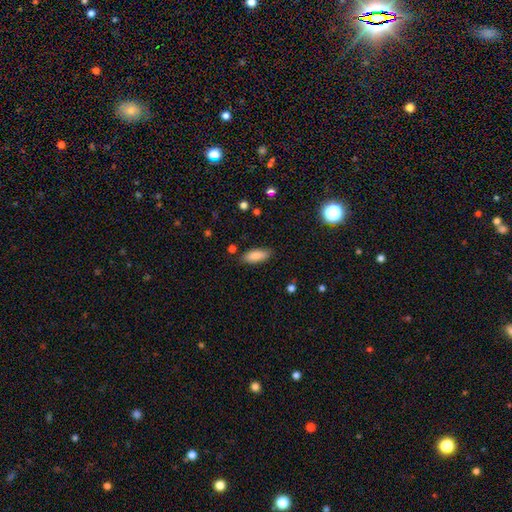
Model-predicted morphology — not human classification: type=smooth (83%); roundness=in between (79%); merging=none (86%).